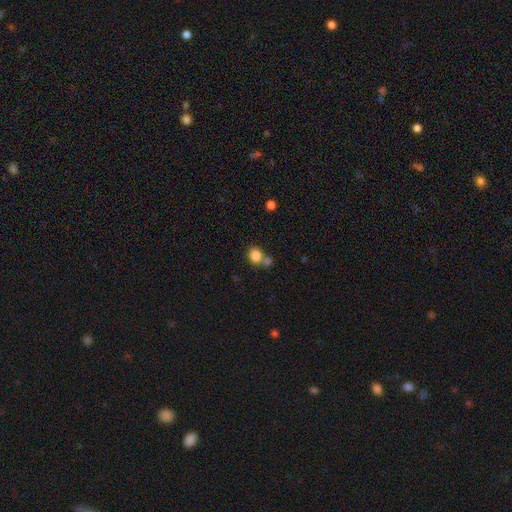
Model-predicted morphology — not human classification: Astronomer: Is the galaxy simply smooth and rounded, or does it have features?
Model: smooth — 83%.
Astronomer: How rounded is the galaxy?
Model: round — 70%.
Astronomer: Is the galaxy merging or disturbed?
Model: none — 51% (runner-up: merger, 34%).